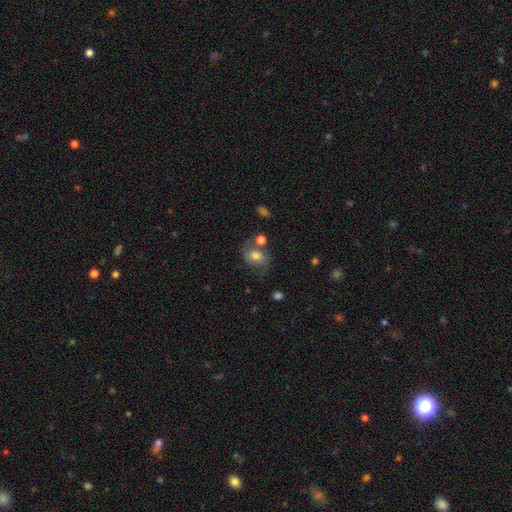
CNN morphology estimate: Overall: smooth (53%; featured or disk 37%). How rounded: round (51%; in between 48%). Merging: none (54%; minor disturbance 20%).